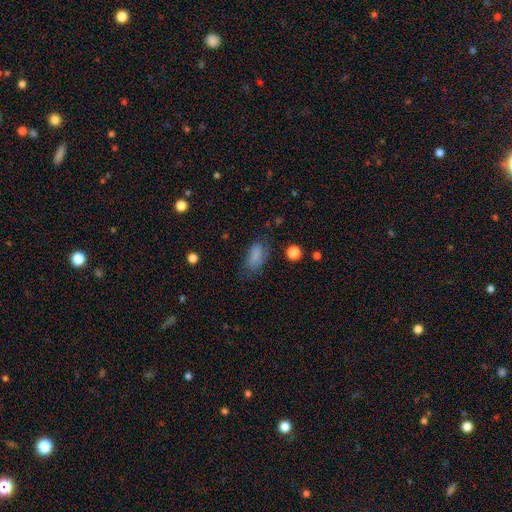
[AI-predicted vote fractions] This appears to be a smooth galaxy with no disk features (81%) that is in between round and cigar-shaped (88%). Merging: none (67%).